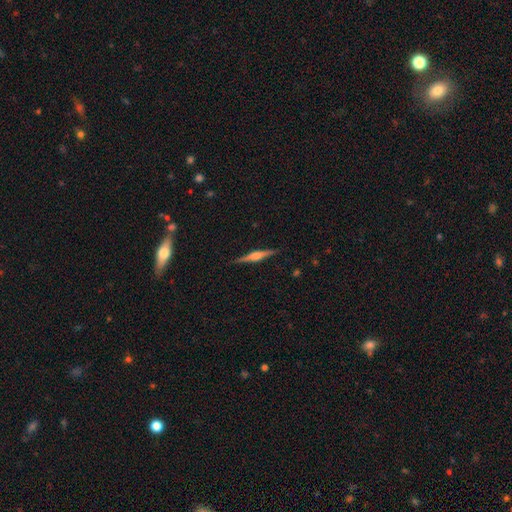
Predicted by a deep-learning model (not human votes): A featured or disk galaxy (77%) viewed edge-on (98%) with a rounded central bulge (83%). Merging: none (91%).